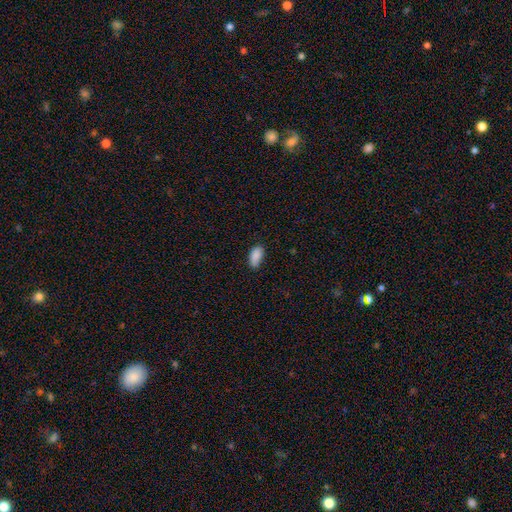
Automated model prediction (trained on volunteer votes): smooth-or-featured: smooth: 88% | star or artifact: 8% | featured or disk: 4%
  how-rounded: in between: 92% | cigar-shaped: 5% | round: 3%
  merging: none: 71% | minor disturbance: 23% | major disturbance: 4% | merger: 2%